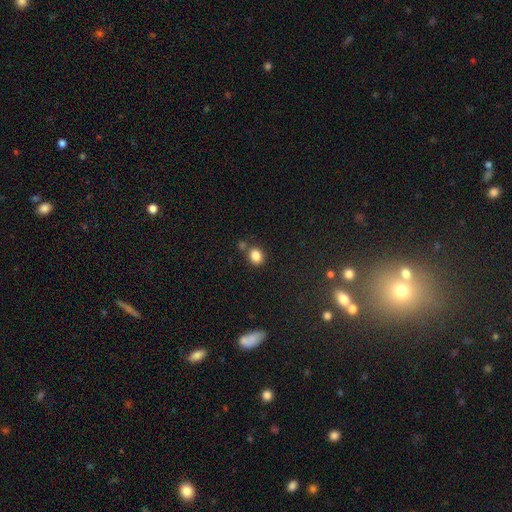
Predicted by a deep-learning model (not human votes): Smooth or featured?
  - smooth: 84% *
  - star or artifact: 11%
  - featured or disk: 5%
How rounded?
  - round: 63% *
  - in between: 36%
  - cigar-shaped: 1%
Merging?
  - none: 69% *
  - merger: 16%
  - minor disturbance: 12%
  - major disturbance: 3%